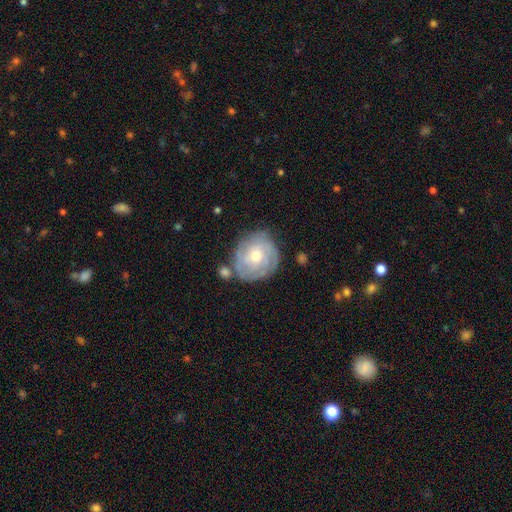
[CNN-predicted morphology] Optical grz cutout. It shows a featured or disk galaxy (69%) with no bar (75%), tight (74%) spiral arms (85%) and a moderate central bulge (64%). Merging: none (70%).